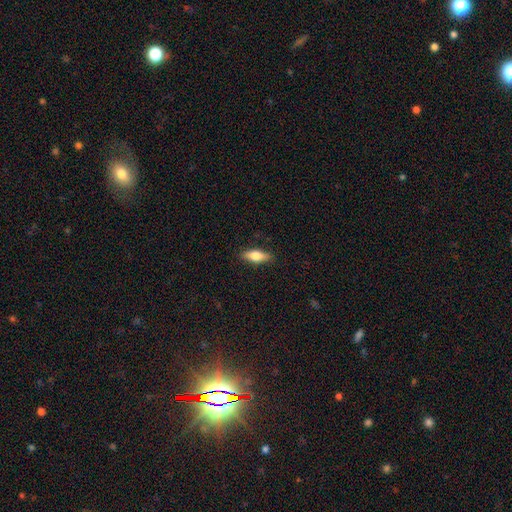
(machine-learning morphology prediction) This appears to be a smooth galaxy with no disk features (66%) that is in between round and cigar-shaped (61%). Merging: none (88%).